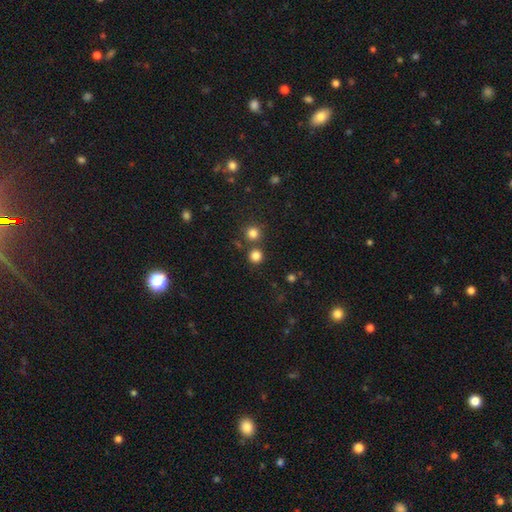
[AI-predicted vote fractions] Q: Smooth or featured?
A: smooth (81%); runner-up: star or artifact (14%)
Q: How rounded?
A: round (93%); runner-up: in between (6%)
Q: Merging?
A: none (79%); runner-up: merger (12%)